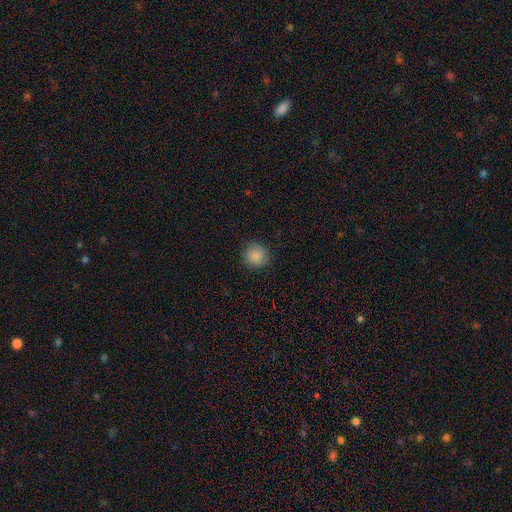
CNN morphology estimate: smooth 87%, star or artifact 9%, featured or disk 4%. Down the decision tree: how rounded — round (92%); merging — none (88%).